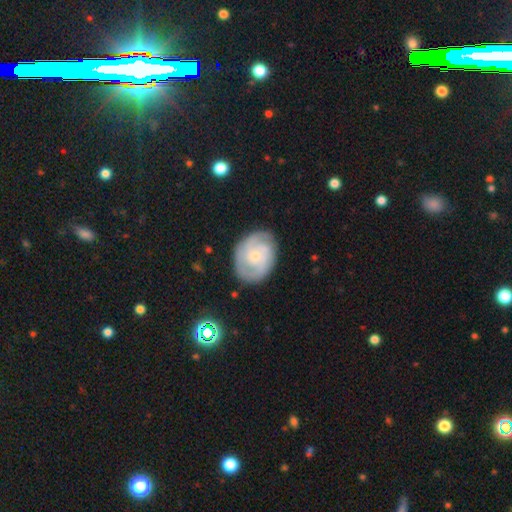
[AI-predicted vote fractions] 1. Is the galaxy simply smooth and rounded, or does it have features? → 80% featured or disk, 15% smooth, 5% star or artifact.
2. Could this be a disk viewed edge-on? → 98% no, 2% yes.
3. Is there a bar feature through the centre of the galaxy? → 70% no, 26% weak, 4% strong.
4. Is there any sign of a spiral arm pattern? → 95% yes, 5% no.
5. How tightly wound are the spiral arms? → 59% tight, 33% medium, 8% loose.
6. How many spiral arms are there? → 37% 2, 28% 3, 21% can't tell, 6% 4, 5% 1, 4% more than 4.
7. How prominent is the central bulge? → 70% small, 25% moderate, 2% none, 1% large, 1% dominant.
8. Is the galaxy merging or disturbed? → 79% none, 15% minor disturbance, 4% major disturbance, 1% merger.